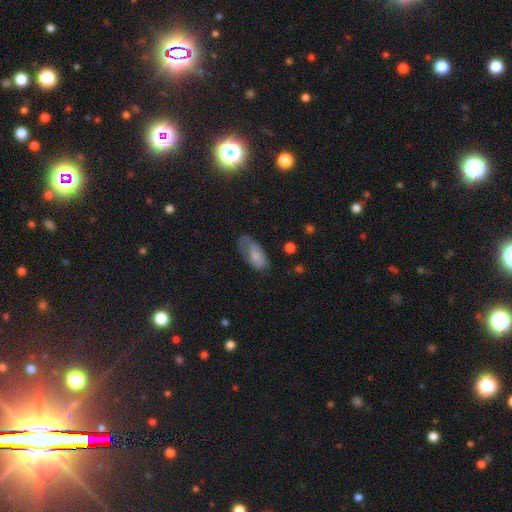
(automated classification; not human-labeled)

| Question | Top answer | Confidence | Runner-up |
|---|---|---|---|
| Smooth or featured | smooth | 72% | featured or disk (20%) |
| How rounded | in between | 92% | cigar-shaped (5%) |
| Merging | none | 39% | minor disturbance (35%) |